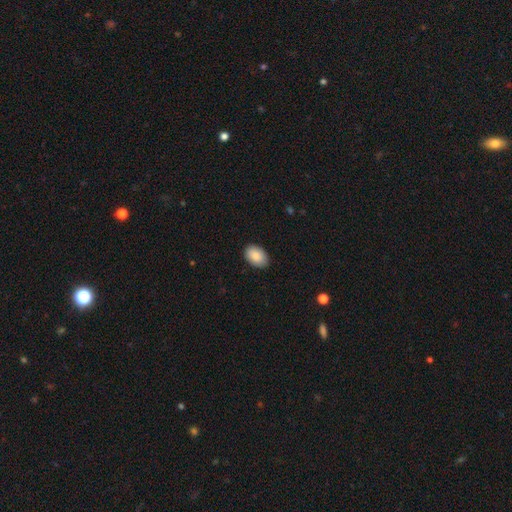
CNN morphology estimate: smooth 88%, star or artifact 6%, featured or disk 6%. Down the decision tree: how rounded — in between (88%); merging — none (87%).